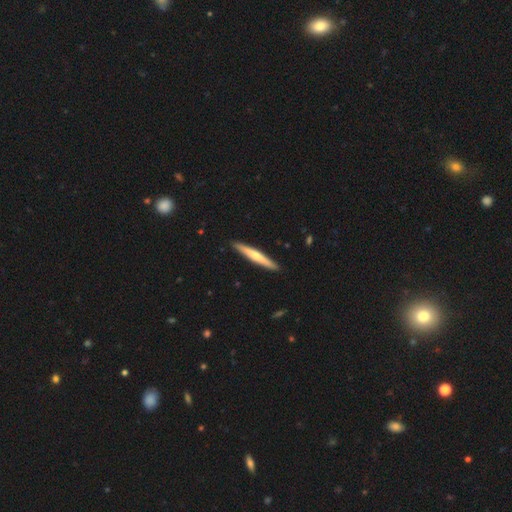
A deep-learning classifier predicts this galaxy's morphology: Smooth or featured?
  - smooth: 48% *
  - featured or disk: 47%
  - star or artifact: 5%
Merging?
  - none: 92% *
  - minor disturbance: 6%
  - major disturbance: 1%
  - merger: 1%